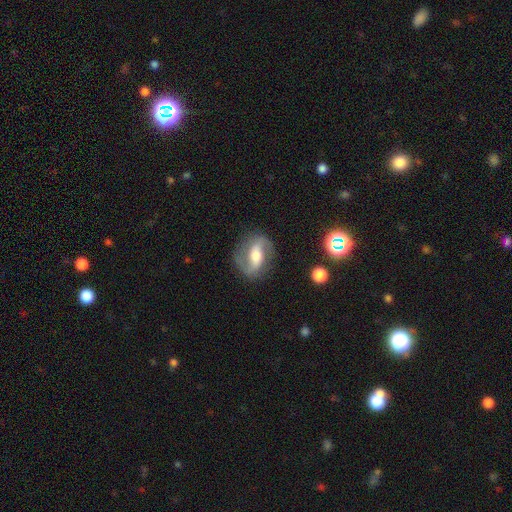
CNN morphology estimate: This is clearly a featured or disk galaxy (81%). It is clearly not viewed edge-on (96%). Bar: marginally strong (43%). Spiral arm pattern: clearly yes (92%). Spiral arm count: clearly 2 (91%). Spiral winding: possibly medium (48%). Central bulge: likely moderate (63%). Merging: clearly none (82%).